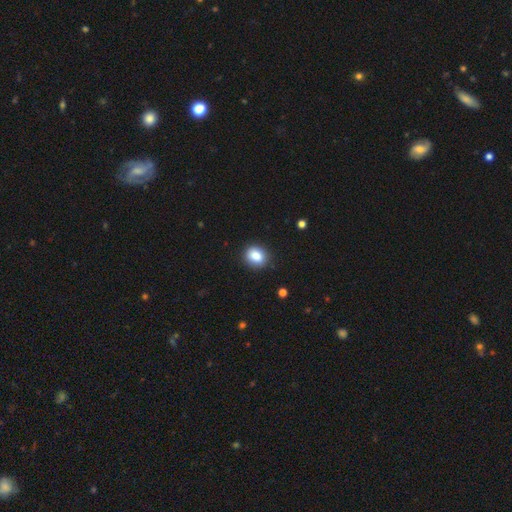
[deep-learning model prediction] A smooth galaxy with no disk features (86%) that is round (62%).

Vote fractions:
- Smooth or featured? smooth: 86% / star or artifact: 9% / featured or disk: 5%
- How rounded? round: 62% / in between: 37% / cigar-shaped: 1%
- Merging? none: 88% / minor disturbance: 8% / major disturbance: 2% / merger: 1%